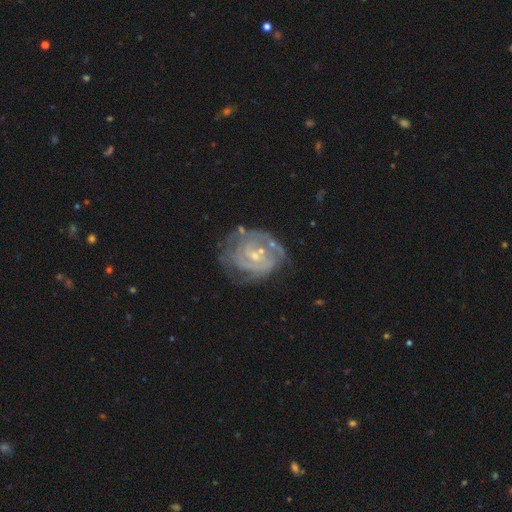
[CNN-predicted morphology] Q: Smooth or featured?
A: featured or disk (84%); runner-up: smooth (10%)
Q: Edge-on disk?
A: no (98%); runner-up: yes (2%)
Q: Bar?
A: no (55%); runner-up: weak (37%)
Q: Spiral arms?
A: yes (89%); runner-up: no (11%)
Q: Spiral winding?
A: tight (70%); runner-up: medium (24%)
Q: Spiral arm count?
A: can't tell (38%); runner-up: 2 (28%)
Q: Bulge size?
A: small (72%); runner-up: moderate (22%)
Q: Merging?
A: none (57%); runner-up: minor disturbance (23%)